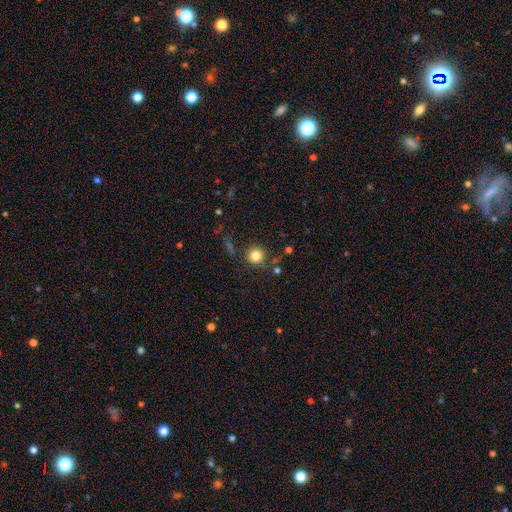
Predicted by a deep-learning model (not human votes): Smooth or featured: smooth — 81% (star or artifact — 12%)
How rounded: round — 94% (in between — 5%)
Merging: none — 84% (minor disturbance — 8%)